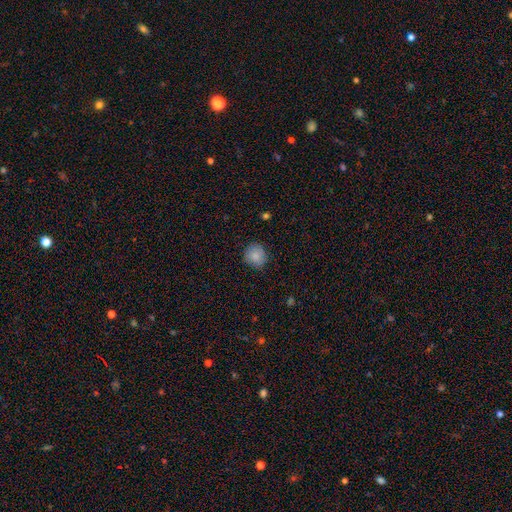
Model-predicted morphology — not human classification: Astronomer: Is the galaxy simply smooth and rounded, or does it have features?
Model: smooth — 86%.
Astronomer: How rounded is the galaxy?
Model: round — 87%.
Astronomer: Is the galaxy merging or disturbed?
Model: none — 85%.